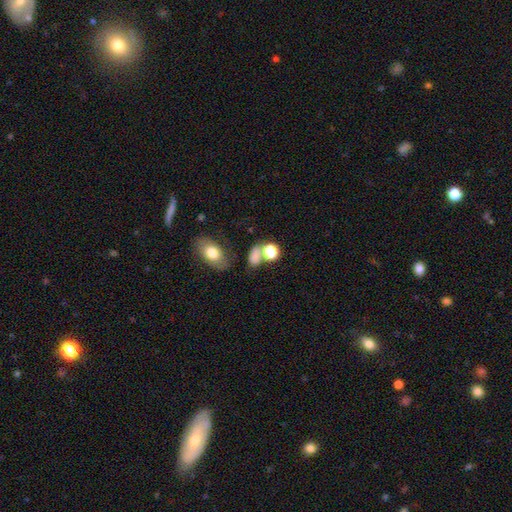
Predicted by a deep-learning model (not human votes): Q: Smooth or featured?
A: smooth (73%); runner-up: star or artifact (17%)
Q: How rounded?
A: in between (61%); runner-up: round (36%)
Q: Merging?
A: none (49%); runner-up: merger (26%)